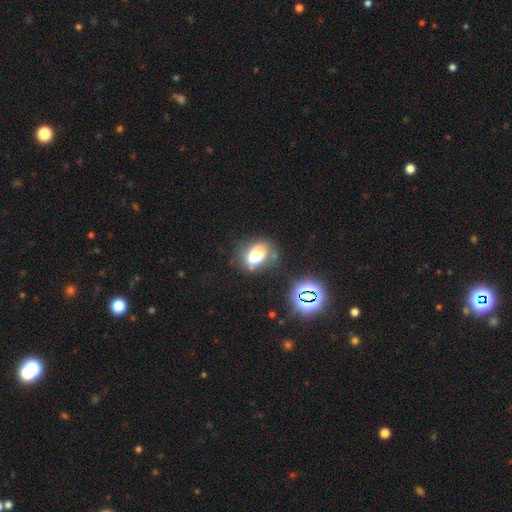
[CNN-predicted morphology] smooth-or-featured: smooth: 71% | star or artifact: 15% | featured or disk: 14%
  how-rounded: in between: 76% | round: 22% | cigar-shaped: 2%
  merging: none: 56% | minor disturbance: 23% | merger: 11% | major disturbance: 10%